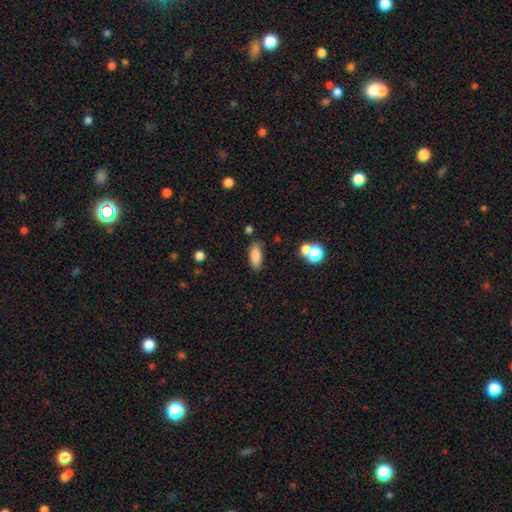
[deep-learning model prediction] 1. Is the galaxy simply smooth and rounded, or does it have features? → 85% smooth, 9% star or artifact, 6% featured or disk.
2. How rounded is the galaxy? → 80% in between, 18% cigar-shaped, 3% round.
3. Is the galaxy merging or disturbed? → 81% none, 12% minor disturbance, 4% merger, 3% major disturbance.